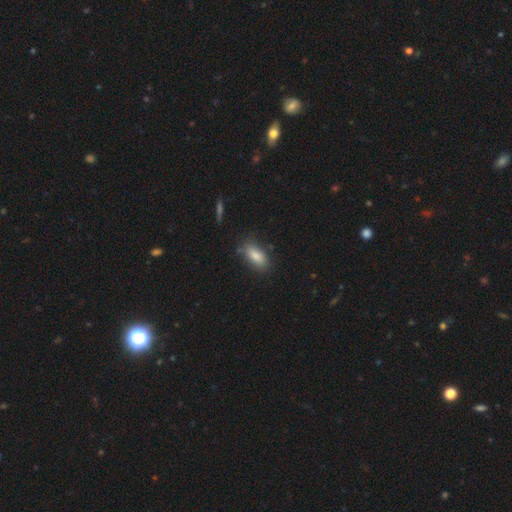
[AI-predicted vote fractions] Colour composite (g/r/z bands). It shows a smooth galaxy with no disk features (85%) that is in between round and cigar-shaped (87%). Merging: none (76%).